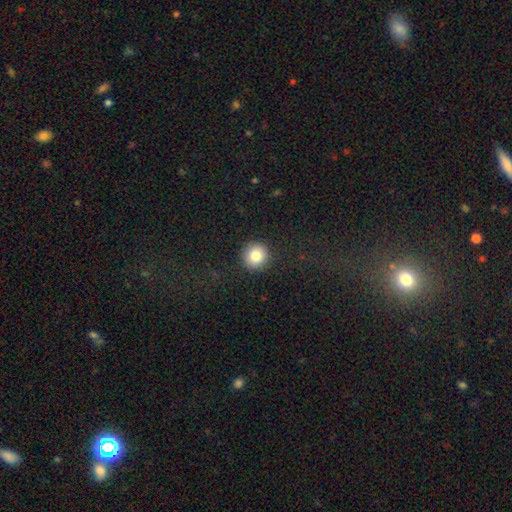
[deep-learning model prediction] smooth-or-featured: smooth: 84% | star or artifact: 10% | featured or disk: 7%
  how-rounded: round: 94% | in between: 5% | cigar-shaped: 1%
  merging: none: 91% | minor disturbance: 5% | major disturbance: 2% | merger: 1%